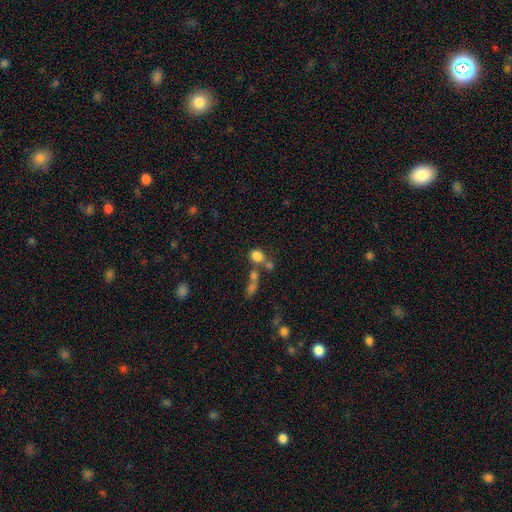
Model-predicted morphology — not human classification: Smooth or featured? smooth (78%)
How rounded? round (65%)
Merging? none (46%)